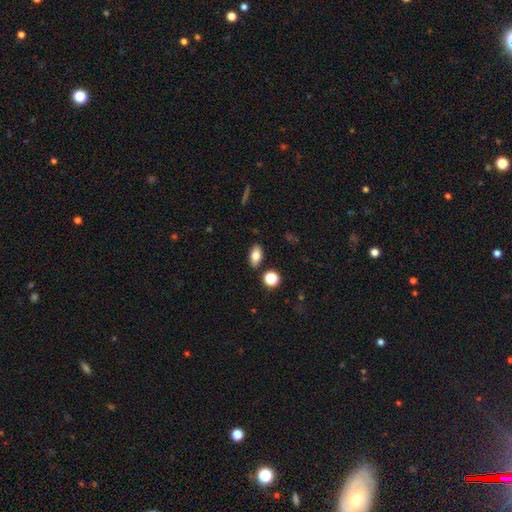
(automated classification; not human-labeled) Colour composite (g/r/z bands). It shows a smooth galaxy with no disk features (80%) that is in between round and cigar-shaped (90%). Merging: none (86%).